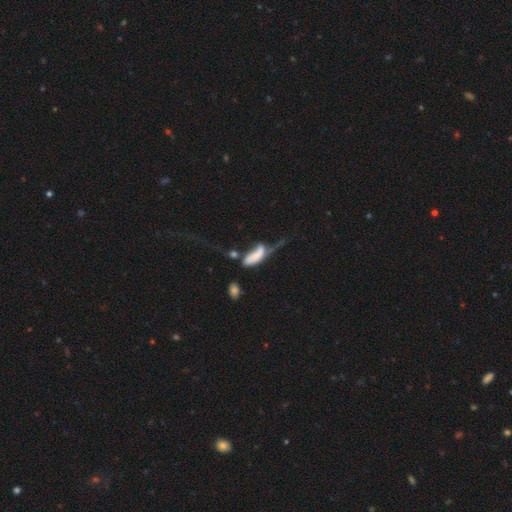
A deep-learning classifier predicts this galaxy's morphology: Q: Smooth or featured?
A: smooth (58%); runner-up: featured or disk (32%)
Q: How rounded?
A: in between (71%); runner-up: cigar-shaped (26%)
Q: Merging?
A: major disturbance (41%); runner-up: merger (28%)